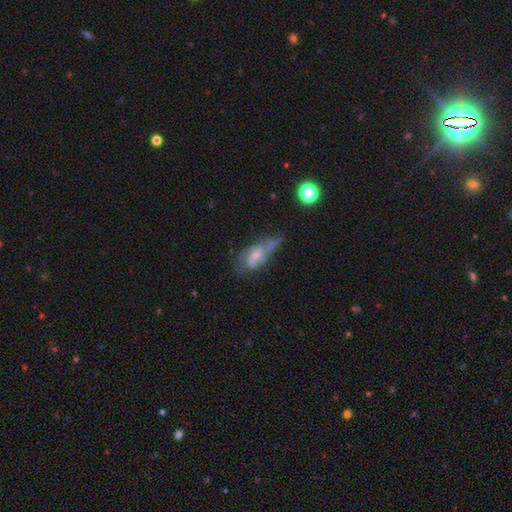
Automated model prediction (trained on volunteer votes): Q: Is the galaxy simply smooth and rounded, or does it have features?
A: featured or disk — 82%.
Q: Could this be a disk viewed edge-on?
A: no — 96%.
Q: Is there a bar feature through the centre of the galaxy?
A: weak — 52%.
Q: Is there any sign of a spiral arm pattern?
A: yes — 94%.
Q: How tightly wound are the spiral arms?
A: medium — 52%.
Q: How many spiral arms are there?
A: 2 — 83%.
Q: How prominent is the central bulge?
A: small — 54%.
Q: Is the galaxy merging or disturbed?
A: none — 44%.